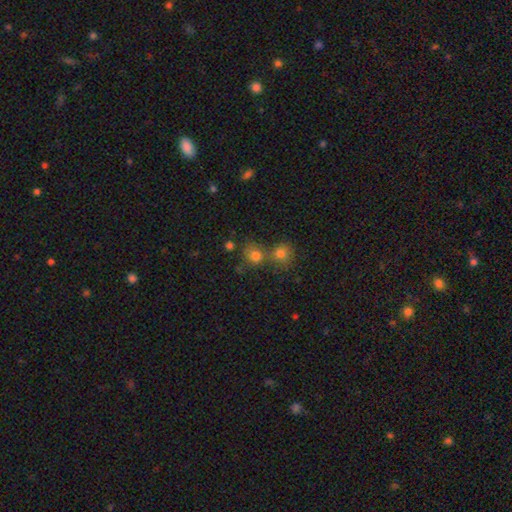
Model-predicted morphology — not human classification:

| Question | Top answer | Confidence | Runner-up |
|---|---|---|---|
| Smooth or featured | smooth | 76% | star or artifact (15%) |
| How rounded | round | 74% | in between (25%) |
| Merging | merger | 44% | tied: none (44%) |